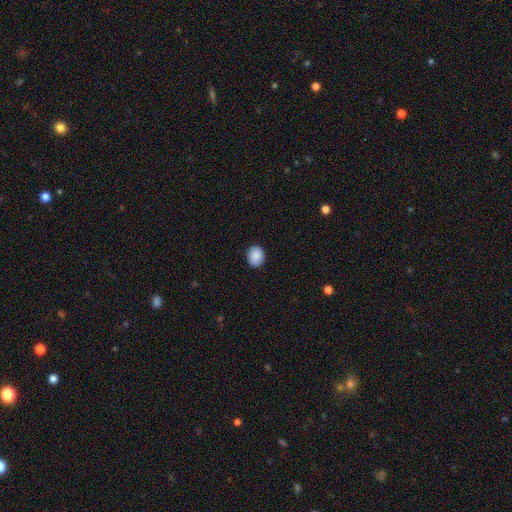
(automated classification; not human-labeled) Smooth or featured? Predicted: smooth (p=0.89). How rounded? Predicted: round (p=0.61). Merging? Predicted: none (p=0.89).